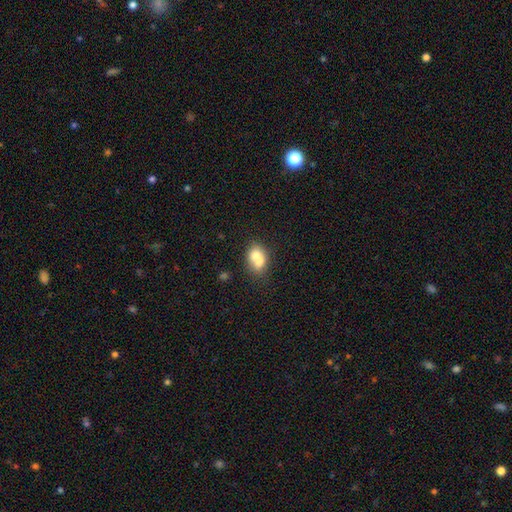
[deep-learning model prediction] Smooth or featured? Predicted: smooth (p=0.67). How rounded? Predicted: in between (p=0.55). Merging? Predicted: merger (p=0.67).